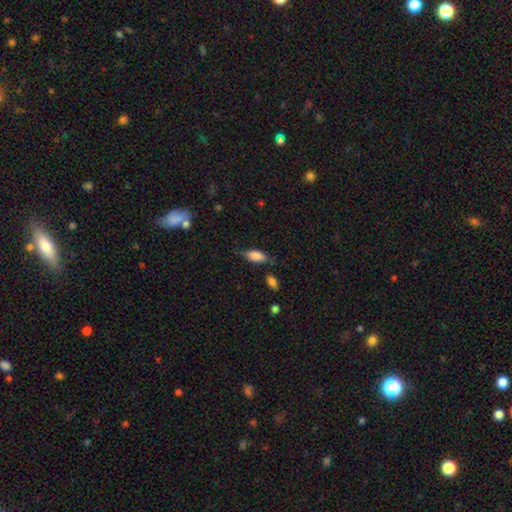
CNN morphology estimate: This is likely a smooth galaxy (76%). How rounded: clearly in between (81%). Merging: likely none (64%).